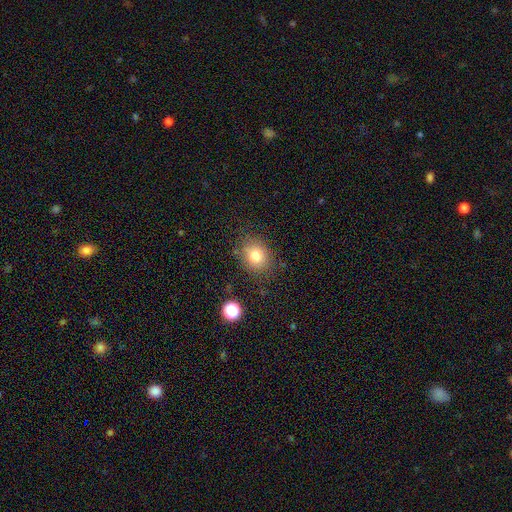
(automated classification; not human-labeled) Smooth or featured?
  - smooth: 81% *
  - star or artifact: 12%
  - featured or disk: 8%
How rounded?
  - round: 67% *
  - in between: 32%
  - cigar-shaped: 1%
Merging?
  - none: 80% *
  - minor disturbance: 13%
  - major disturbance: 4%
  - merger: 3%